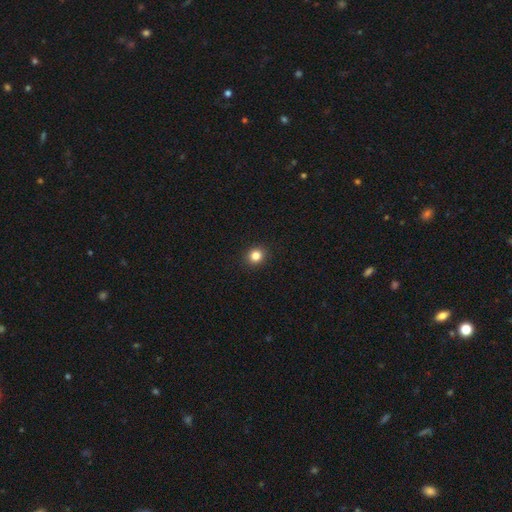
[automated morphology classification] Smooth or featured?
  - smooth: 83% *
  - star or artifact: 12%
  - featured or disk: 5%
How rounded?
  - round: 84% *
  - in between: 15%
  - cigar-shaped: 1%
Merging?
  - none: 92% *
  - minor disturbance: 5%
  - major disturbance: 2%
  - merger: 1%